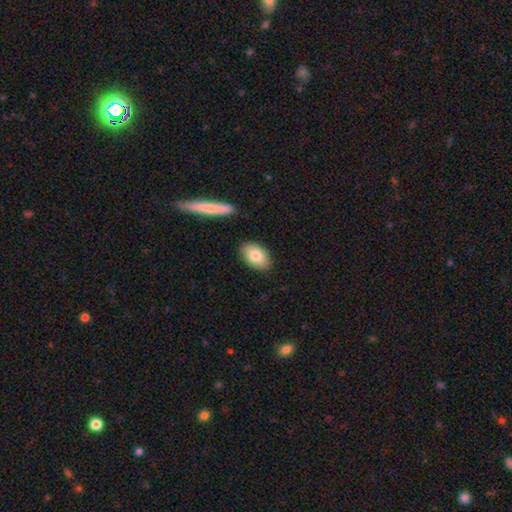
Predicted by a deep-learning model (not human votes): This is clearly a smooth galaxy (81%). How rounded: clearly in between (91%). Merging: clearly none (87%).